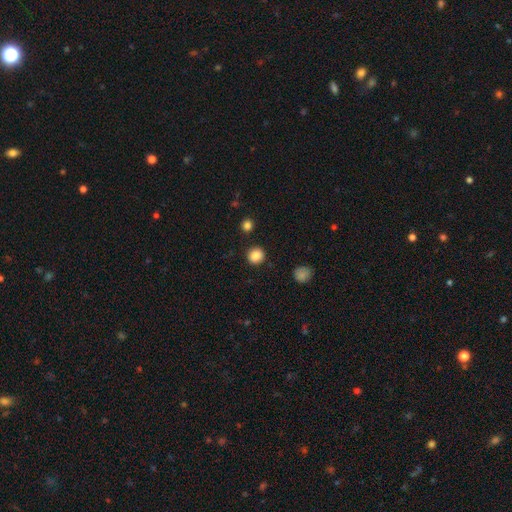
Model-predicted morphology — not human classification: A smooth galaxy with no disk features (87%) that is round (87%). Merging: none (89%).